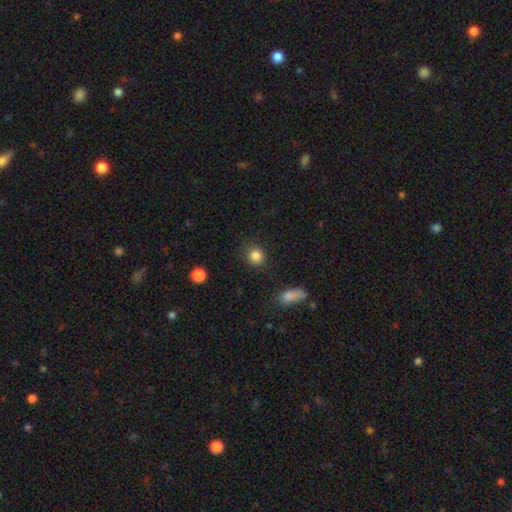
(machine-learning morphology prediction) Q: Smooth or featured?
A: smooth (86%); runner-up: star or artifact (10%)
Q: How rounded?
A: round (84%); runner-up: in between (14%)
Q: Merging?
A: none (86%); runner-up: minor disturbance (9%)